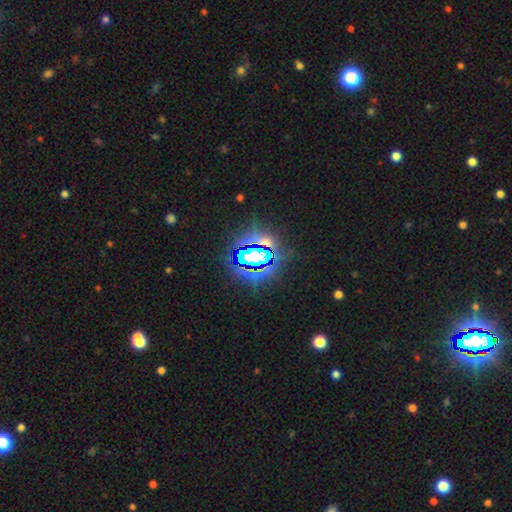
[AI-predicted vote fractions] Smooth or featured: star or artifact — 73% (smooth — 15%)